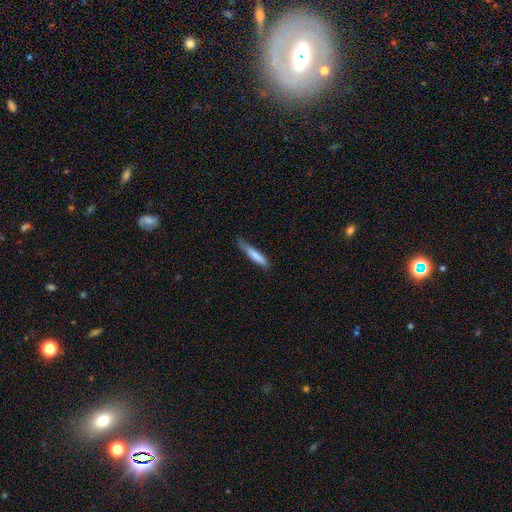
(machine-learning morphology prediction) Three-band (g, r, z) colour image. It shows a smooth galaxy with no disk features (79%) that is cigar-shaped (89%). Merging: none (58%).